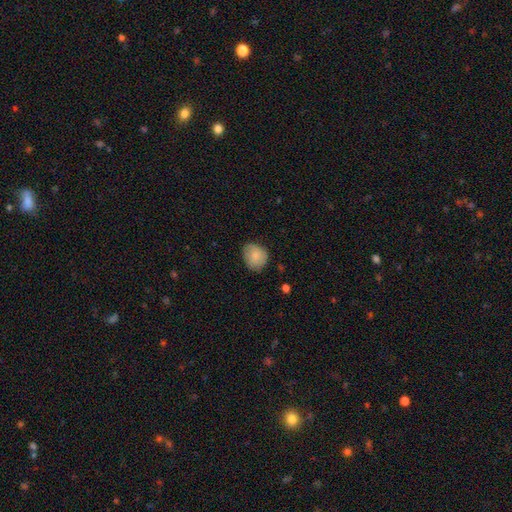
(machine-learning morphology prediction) This is clearly a smooth galaxy (84%). How rounded: likely round (67%). Merging: likely none (71%).